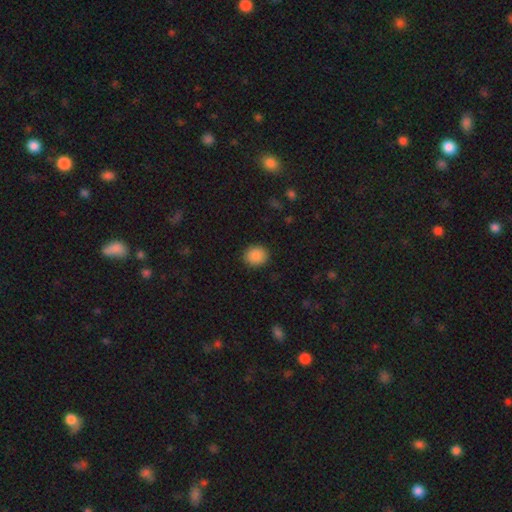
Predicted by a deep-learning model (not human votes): This appears to be a smooth galaxy with no disk features (88%) that is round (78%). Merging: none (90%).